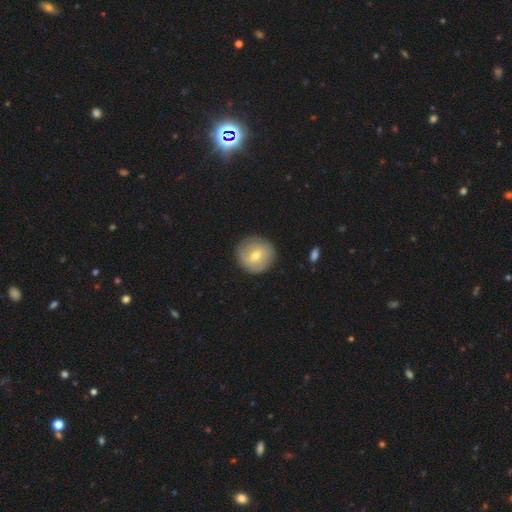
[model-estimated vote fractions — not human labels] Smooth or featured?
  - smooth: 57% *
  - featured or disk: 36%
  - star or artifact: 7%
How rounded?
  - round: 93% *
  - in between: 6%
  - cigar-shaped: 1%
Merging?
  - none: 87% *
  - minor disturbance: 9%
  - major disturbance: 3%
  - merger: 1%